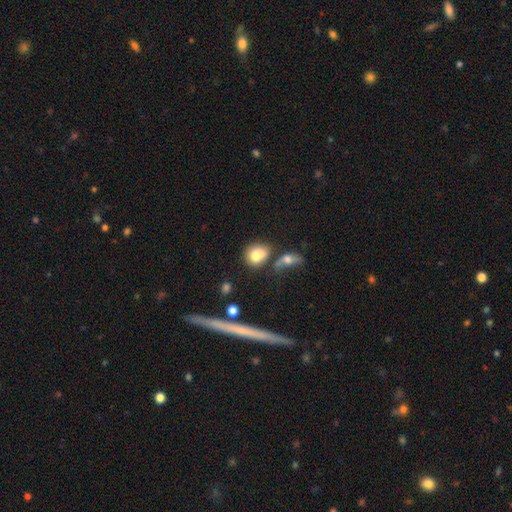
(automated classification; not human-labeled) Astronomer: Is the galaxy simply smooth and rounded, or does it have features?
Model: smooth — 79%.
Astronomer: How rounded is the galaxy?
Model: round — 57% (runner-up: in between, 41%).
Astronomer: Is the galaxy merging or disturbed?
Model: none — 53%.